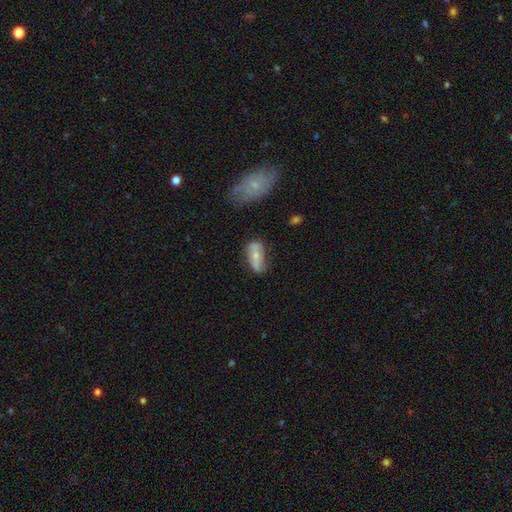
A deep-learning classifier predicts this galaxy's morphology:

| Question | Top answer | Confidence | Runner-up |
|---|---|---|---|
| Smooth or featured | smooth | 47% | featured or disk (45%) |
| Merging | none | 58% | minor disturbance (27%) |